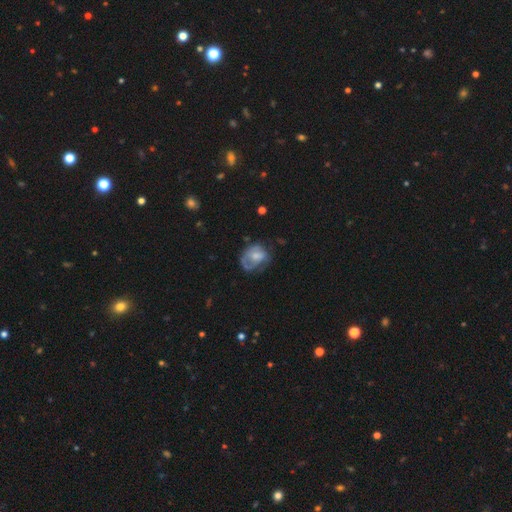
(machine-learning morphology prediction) A featured or disk galaxy (47%). Merging: none (42%).